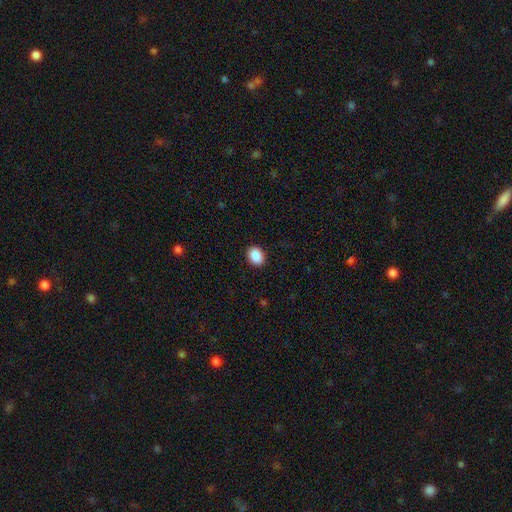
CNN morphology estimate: Smooth or featured? Predicted: smooth (p=0.90). How rounded? Predicted: in between (p=0.62). Merging? Predicted: none (p=0.91).